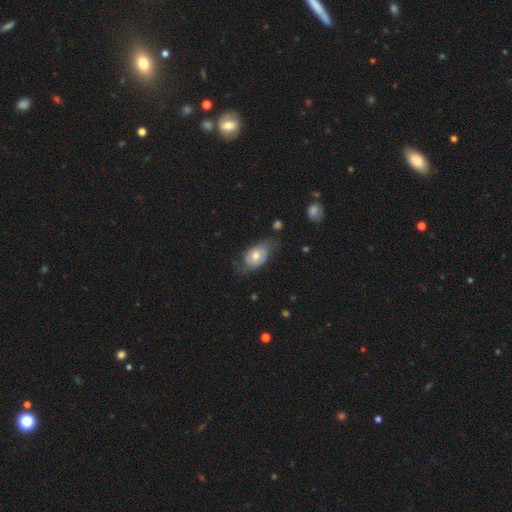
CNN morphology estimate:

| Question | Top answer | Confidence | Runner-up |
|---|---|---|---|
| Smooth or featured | smooth | 53% | featured or disk (40%) |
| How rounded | in between | 84% | round (14%) |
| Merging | none | 53% | minor disturbance (31%) |